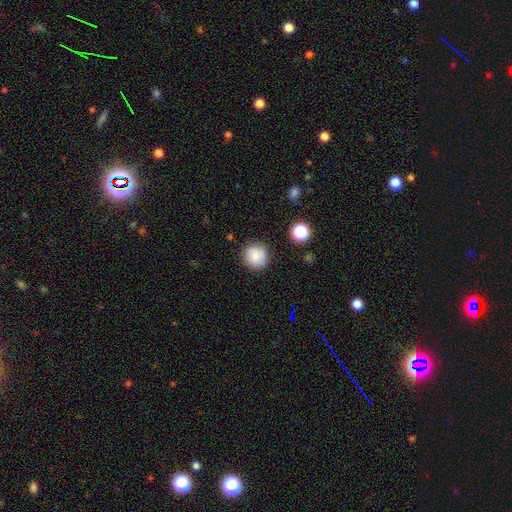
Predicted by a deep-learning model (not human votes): Smooth or featured: smooth — 85% (star or artifact — 10%)
How rounded: round — 94% (in between — 6%)
Merging: none — 88% (minor disturbance — 8%)